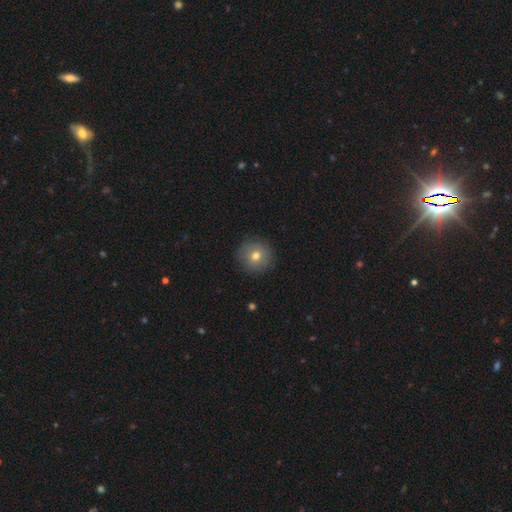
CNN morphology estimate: This is likely a smooth galaxy (74%). How rounded: clearly round (94%). Merging: clearly none (88%).